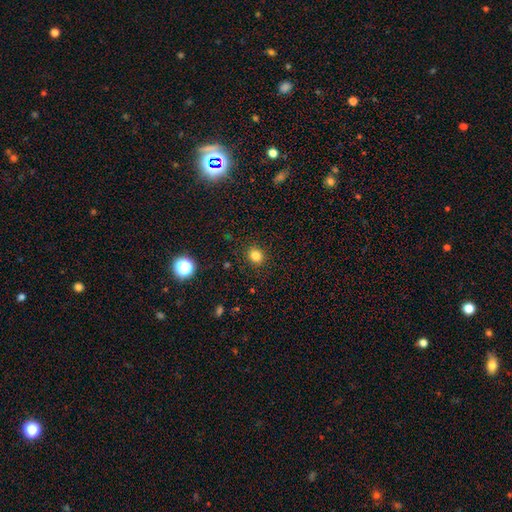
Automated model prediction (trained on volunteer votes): Smooth or featured? smooth (81%)
How rounded? round (77%)
Merging? none (90%)